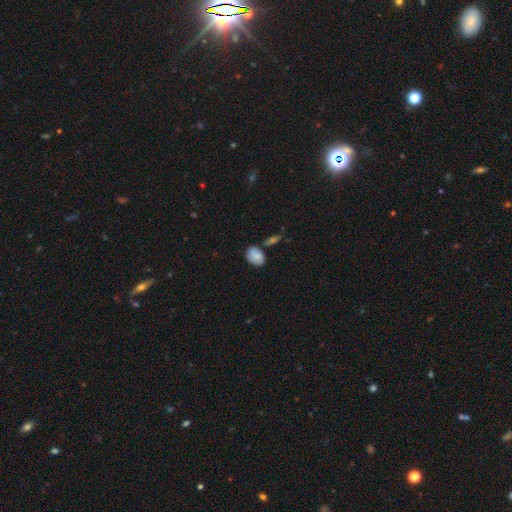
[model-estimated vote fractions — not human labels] smooth-or-featured: smooth: 68% | featured or disk: 23% | star or artifact: 8%
  how-rounded: in between: 77% | round: 21% | cigar-shaped: 2%
  merging: none: 57% | minor disturbance: 23% | merger: 14% | major disturbance: 6%